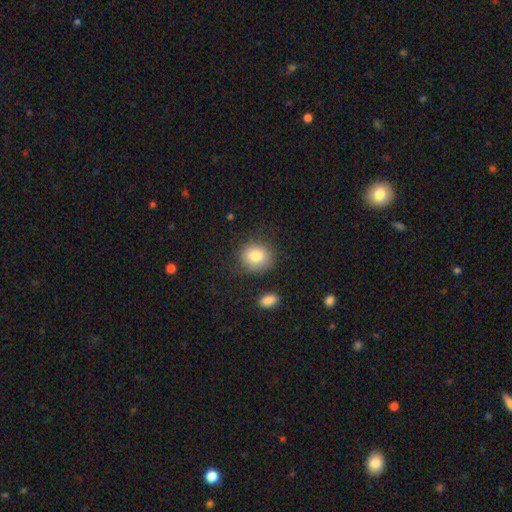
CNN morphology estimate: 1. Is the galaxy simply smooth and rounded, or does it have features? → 81% smooth, 10% star or artifact, 10% featured or disk.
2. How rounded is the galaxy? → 75% round, 24% in between, 1% cigar-shaped.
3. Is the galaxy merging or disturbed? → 81% none, 12% minor disturbance, 4% major disturbance, 3% merger.